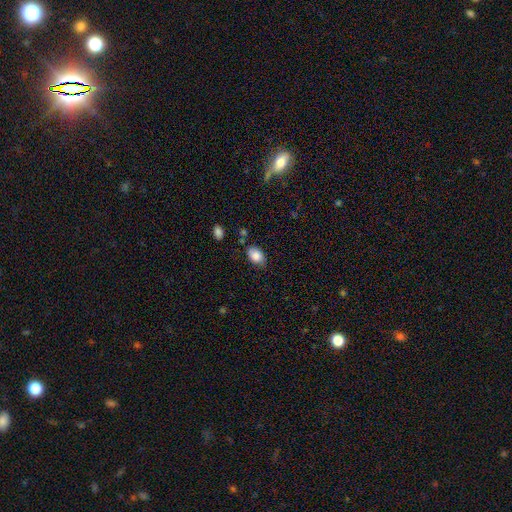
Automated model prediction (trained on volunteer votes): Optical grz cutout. It shows a smooth galaxy with no disk features (85%) that is in between round and cigar-shaped (85%). Merging: none (73%).